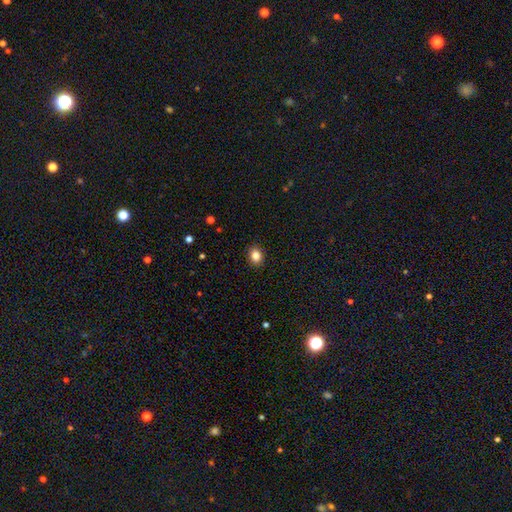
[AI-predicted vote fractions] Overall: smooth (85%). How rounded: round (56%; in between 43%). Merging: none (91%).